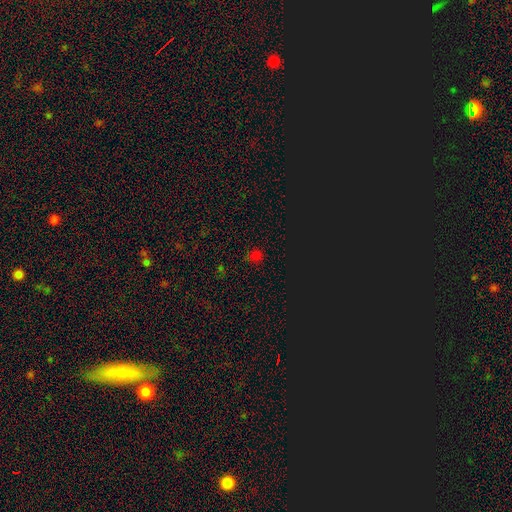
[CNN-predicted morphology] A star or artifact, not a galaxy (51%).

Vote fractions:
- Smooth or featured? star or artifact: 51% / smooth: 44% / featured or disk: 5%